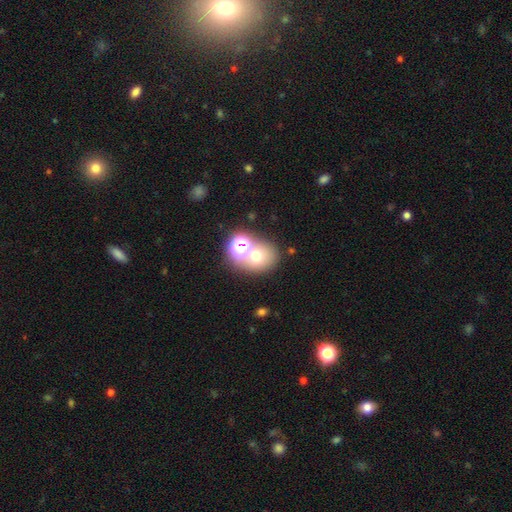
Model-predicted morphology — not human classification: This is possibly a smooth galaxy (60%). How rounded: likely round (67%). Merging: possibly none (51%).